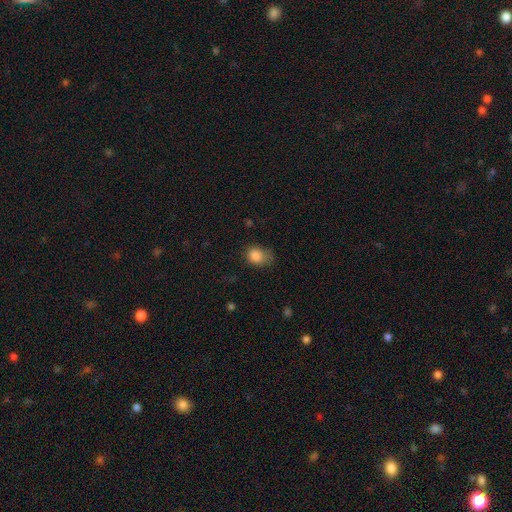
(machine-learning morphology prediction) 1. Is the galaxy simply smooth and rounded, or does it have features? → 85% smooth, 10% star or artifact, 6% featured or disk.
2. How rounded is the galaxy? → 54% in between, 45% round, 1% cigar-shaped.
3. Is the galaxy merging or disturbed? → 50% none, 34% minor disturbance, 14% major disturbance, 2% merger.